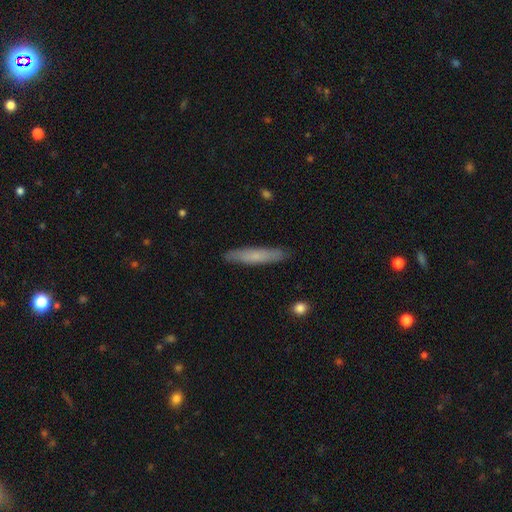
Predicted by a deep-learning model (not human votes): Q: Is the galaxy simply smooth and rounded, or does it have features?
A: smooth — 67%.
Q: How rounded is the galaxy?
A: cigar-shaped — 90%.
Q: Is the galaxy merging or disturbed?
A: none — 88%.